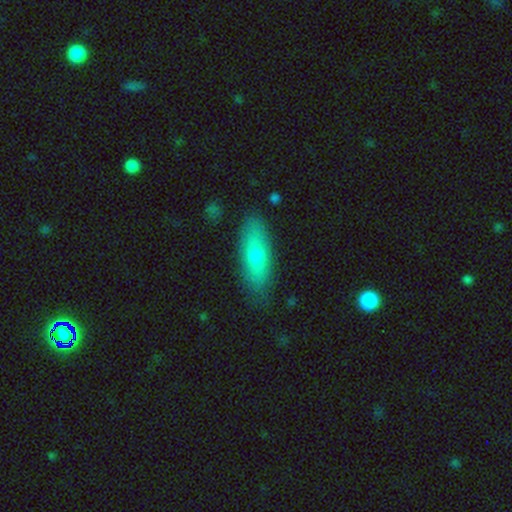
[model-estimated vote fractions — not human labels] smooth_or_featured: smooth (p=0.68) [alt: featured or disk p=0.26]
how_rounded: in between (p=0.58) [alt: cigar-shaped p=0.39]
merging: none (p=0.83) [alt: minor disturbance p=0.13]